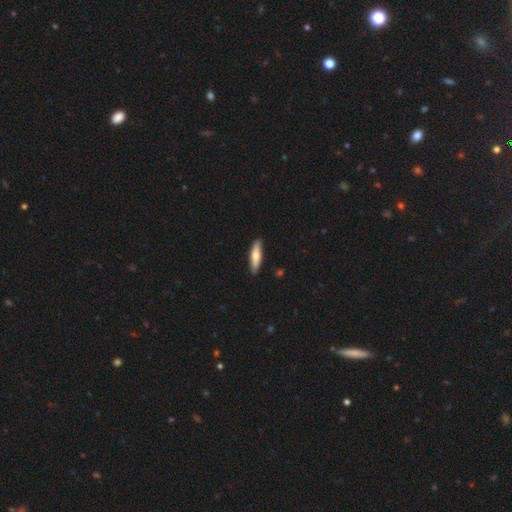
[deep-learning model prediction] Smooth or featured: smooth — 64% (featured or disk — 31%)
How rounded: cigar-shaped — 72% (in between — 26%)
Merging: none — 88% (minor disturbance — 9%)